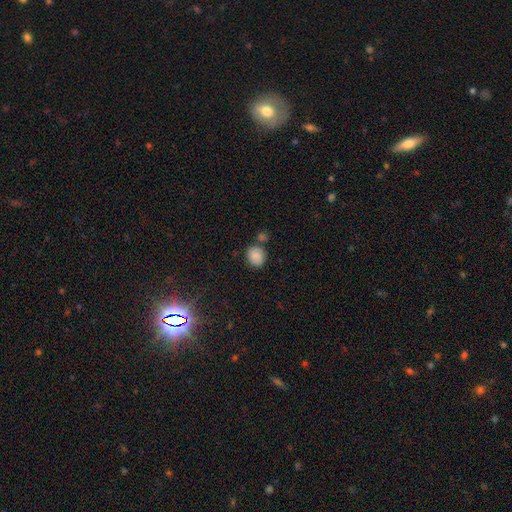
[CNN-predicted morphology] This appears to be a smooth galaxy with no disk features (83%) that is round (64%). Merging: none (67%).